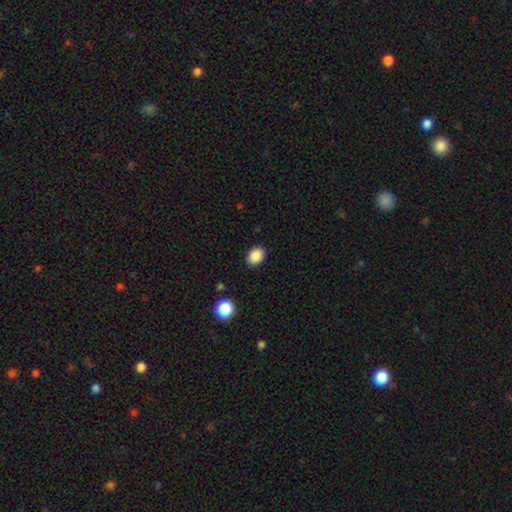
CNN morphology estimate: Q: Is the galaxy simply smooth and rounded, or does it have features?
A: smooth — 88%.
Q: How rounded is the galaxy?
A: in between — 63%.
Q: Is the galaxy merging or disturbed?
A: none — 88%.